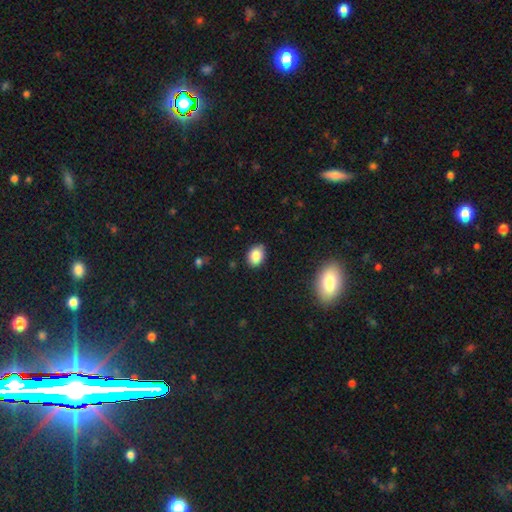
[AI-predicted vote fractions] Overall: smooth (85%). How rounded: in between (73%). Merging: none (81%).